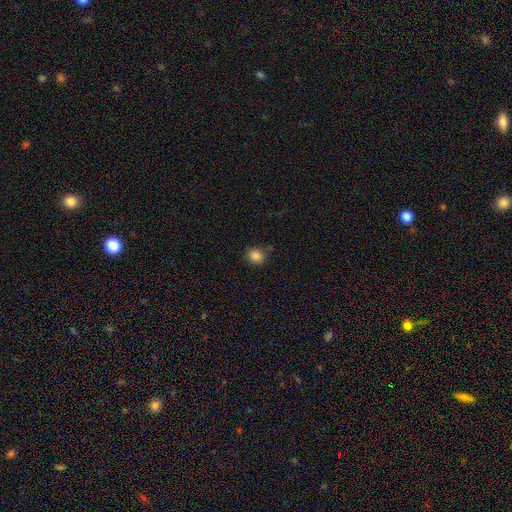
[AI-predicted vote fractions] smooth 86%, star or artifact 11%, featured or disk 4%. Down the decision tree: how rounded — round (77%); merging — none (78%).